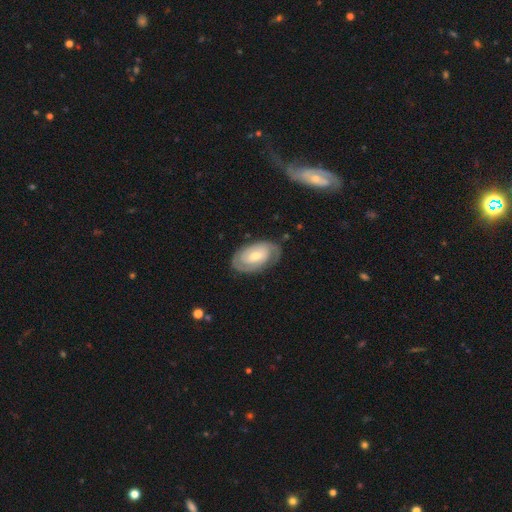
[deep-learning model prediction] Morphology: type=featured or disk (75%); edge-on=no (96%); bar=no (55%); spiral arms=yes (89%); winding=tight (66%); arm count=2 (66%); bulge=small (50%); merging=none (77%).